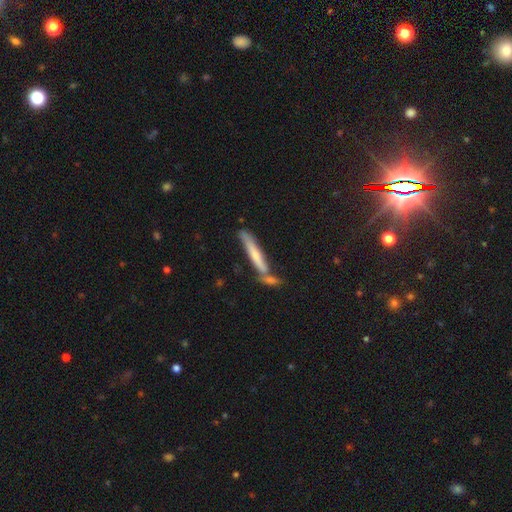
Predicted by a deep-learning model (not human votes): Smooth or featured? smooth (56%)
How rounded? cigar-shaped (92%)
Merging? none (56%)